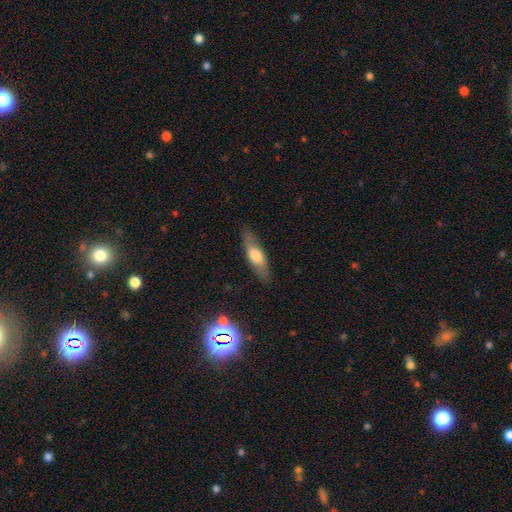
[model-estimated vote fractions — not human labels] Morphology: type=smooth (58%); roundness=cigar-shaped (58%); merging=none (83%).